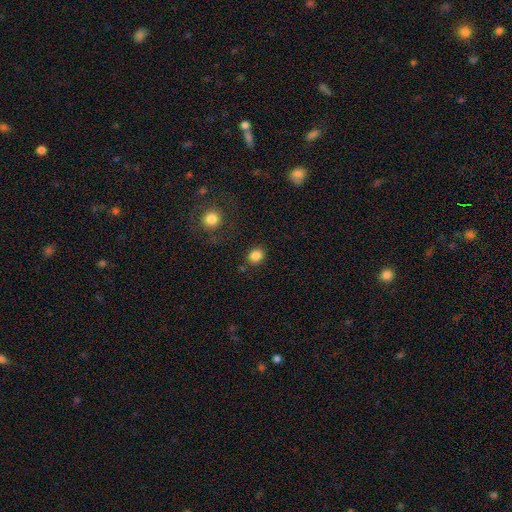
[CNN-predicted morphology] smooth-or-featured: smooth: 84% | star or artifact: 11% | featured or disk: 5%
  how-rounded: round: 65% | in between: 34% | cigar-shaped: 1%
  merging: none: 85% | minor disturbance: 8% | merger: 3% | major disturbance: 3%